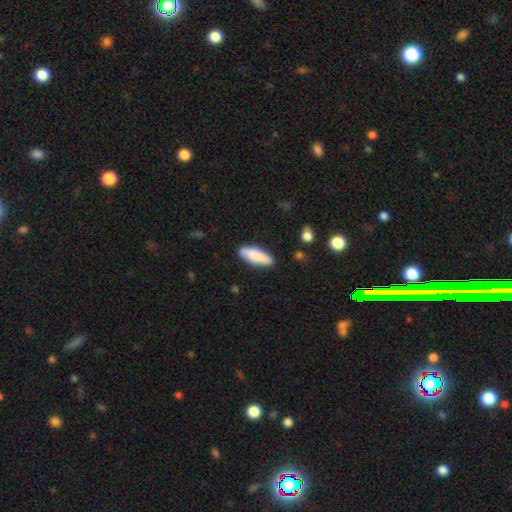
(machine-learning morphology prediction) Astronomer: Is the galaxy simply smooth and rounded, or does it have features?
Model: smooth — 86%.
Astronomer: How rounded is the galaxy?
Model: in between — 57% (runner-up: cigar-shaped, 41%).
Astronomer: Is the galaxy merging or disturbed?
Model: none — 86%.